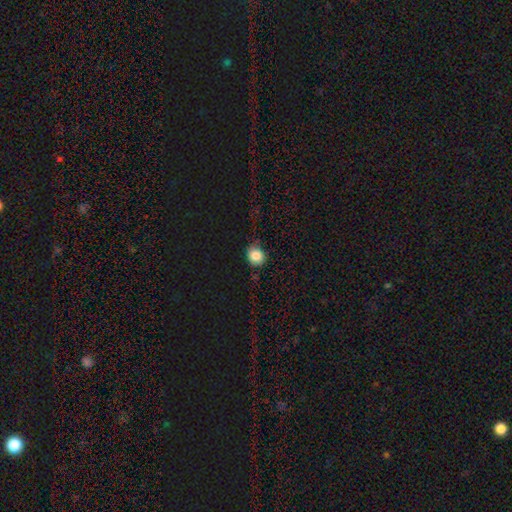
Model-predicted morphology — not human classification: smooth_or_featured: smooth (p=0.82) [alt: star or artifact p=0.12]
how_rounded: round (p=0.80) [alt: in between p=0.19]
merging: none (p=0.72) [alt: minor disturbance p=0.22]